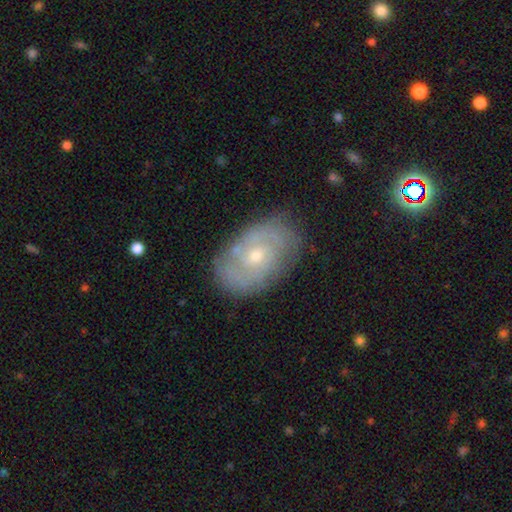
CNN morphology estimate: Smooth or featured? featured or disk (68%)
Edge-on disk? no (95%)
Bar? no (75%)
Spiral arms? yes (75%)
Bulge size? small (58%)
Merging? none (75%)